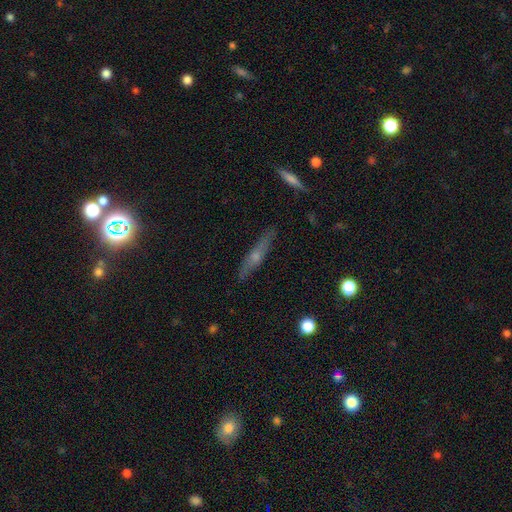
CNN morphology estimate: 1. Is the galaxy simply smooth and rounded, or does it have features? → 55% featured or disk, 36% smooth, 9% star or artifact.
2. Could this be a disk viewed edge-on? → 91% yes, 9% no.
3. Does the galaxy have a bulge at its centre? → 76% rounded, 19% none, 4% boxy.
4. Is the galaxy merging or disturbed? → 86% none, 11% minor disturbance, 2% major disturbance, 1% merger.